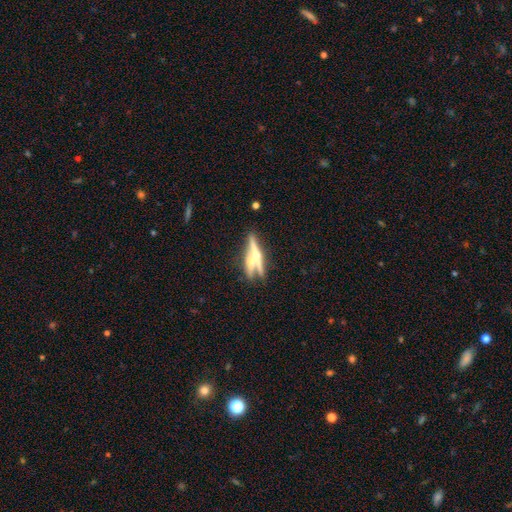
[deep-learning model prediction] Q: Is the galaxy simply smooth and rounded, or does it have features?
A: featured or disk — 54%.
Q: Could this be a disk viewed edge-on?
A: yes — 89%.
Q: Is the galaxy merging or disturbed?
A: none — 47%.